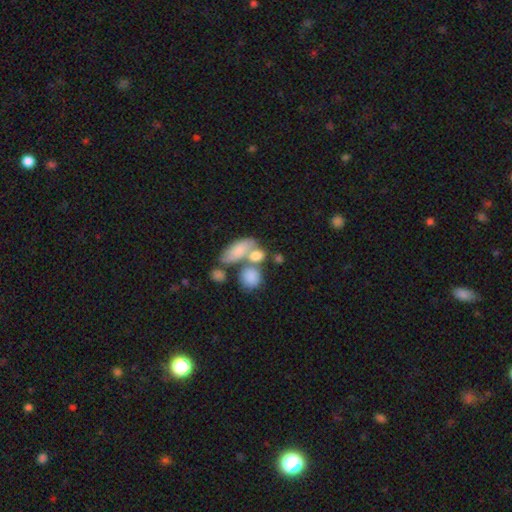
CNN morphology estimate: The model was most divided on "merging": merger: 48%, none: 33%, minor disturbance: 12%, major disturbance: 7%. More confident: smooth or featured — smooth (75%); how rounded — in between (70%).